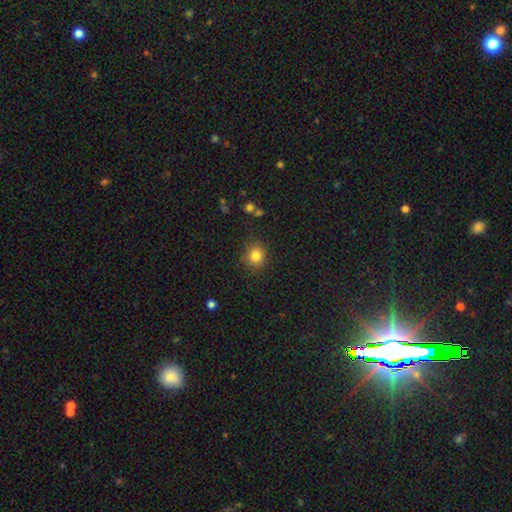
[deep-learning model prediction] smooth-or-featured: smooth: 83% | star or artifact: 12% | featured or disk: 6%
  how-rounded: round: 86% | in between: 13% | cigar-shaped: 1%
  merging: none: 86% | minor disturbance: 9% | major disturbance: 3% | merger: 2%